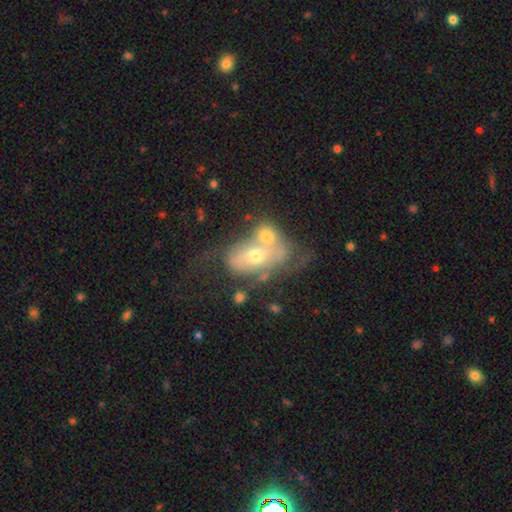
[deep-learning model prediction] This appears to be a featured or disk galaxy (54%) with no bar (80%), no spiral arms (67%) and a moderate central bulge (65%). Merging: merger (60%).